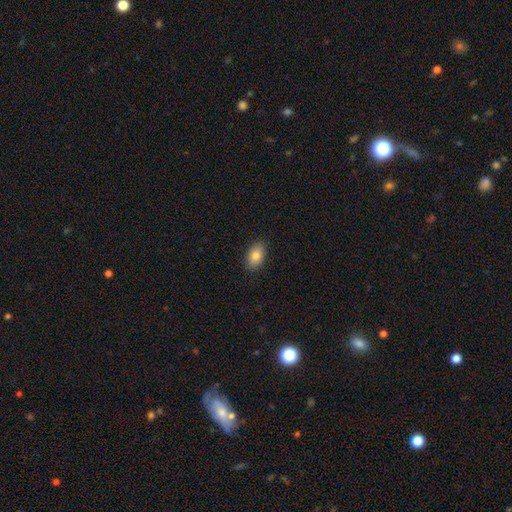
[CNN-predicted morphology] smooth-or-featured: smooth: 82% | featured or disk: 10% | star or artifact: 8%
  how-rounded: in between: 92% | round: 7% | cigar-shaped: 2%
  merging: none: 88% | minor disturbance: 9% | major disturbance: 2% | merger: 1%